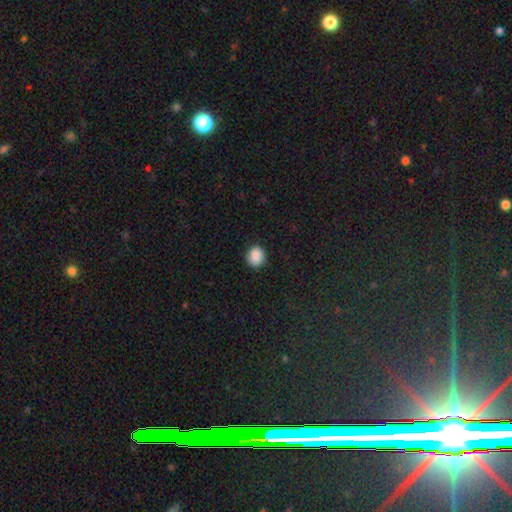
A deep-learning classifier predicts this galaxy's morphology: type=smooth (88%); roundness=round (79%); merging=none (88%).